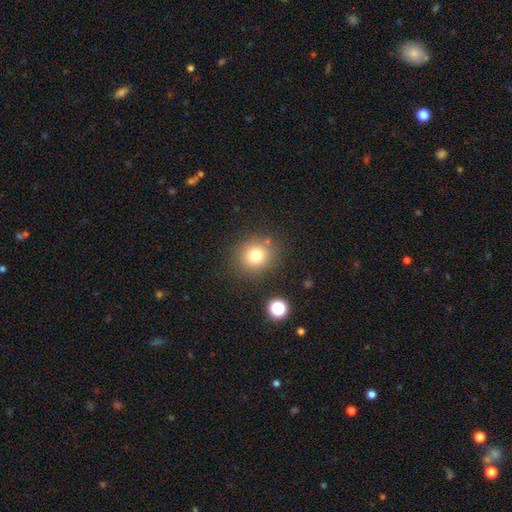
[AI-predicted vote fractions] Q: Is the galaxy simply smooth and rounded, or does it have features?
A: smooth — 78%.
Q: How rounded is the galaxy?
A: round — 86%.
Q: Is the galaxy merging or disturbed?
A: none — 83%.